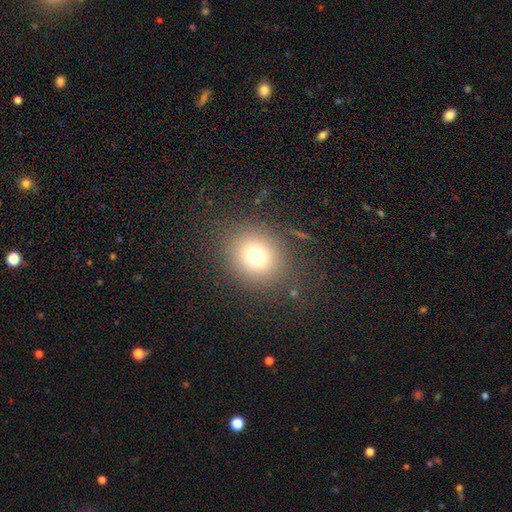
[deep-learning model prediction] smooth-or-featured: smooth: 73% | star or artifact: 17% | featured or disk: 11%
  how-rounded: round: 76% | in between: 23% | cigar-shaped: 1%
  merging: none: 83% | minor disturbance: 9% | major disturbance: 6% | merger: 2%